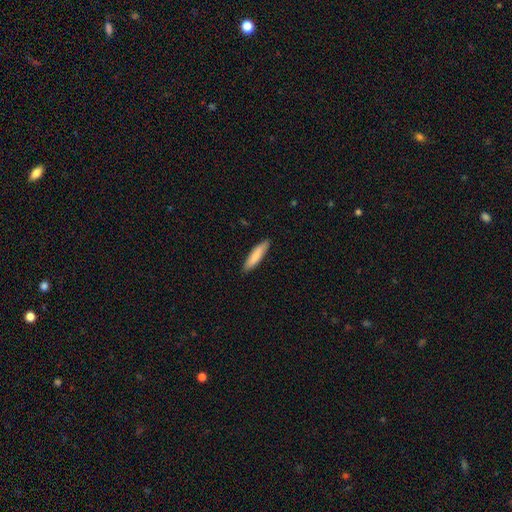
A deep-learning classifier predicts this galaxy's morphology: A smooth galaxy with no disk features (83%) that is cigar-shaped (79%). Merging: none (88%).